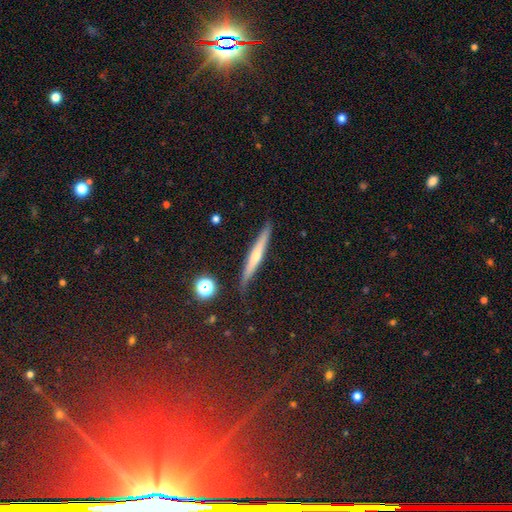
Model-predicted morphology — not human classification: Smooth or featured? Predicted: featured or disk (p=0.53). Edge-on disk? Predicted: yes (p=0.95). Edge-on bulge? Predicted: rounded (p=0.63). Merging? Predicted: none (p=0.85).